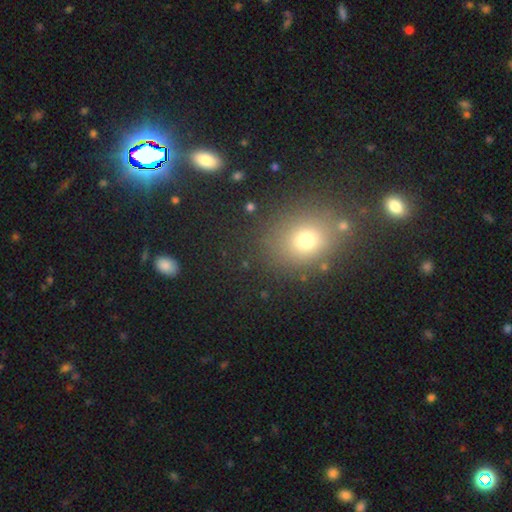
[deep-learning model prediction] Smooth or featured?
  - smooth: 54% *
  - star or artifact: 37%
  - featured or disk: 9%
How rounded?
  - round: 67% *
  - in between: 31%
  - cigar-shaped: 1%
Merging?
  - none: 82% *
  - minor disturbance: 9%
  - merger: 6%
  - major disturbance: 4%